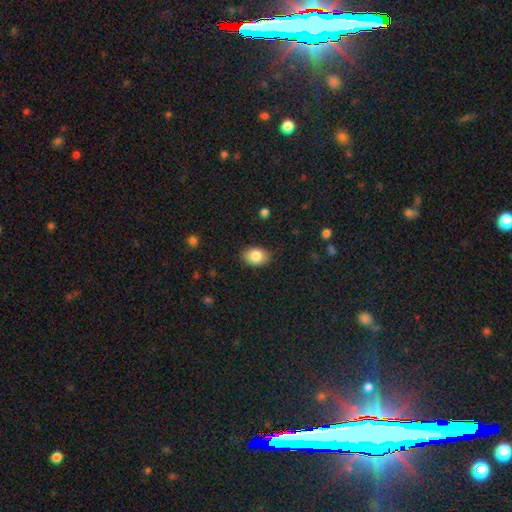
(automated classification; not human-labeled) This appears to be a smooth galaxy with no disk features (84%) that is in between round and cigar-shaped (79%). Merging: none (86%).